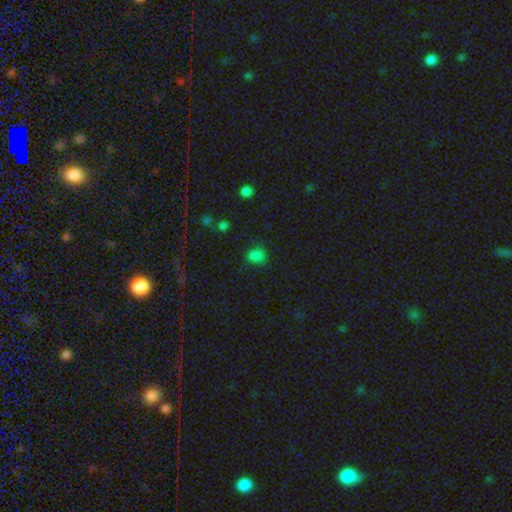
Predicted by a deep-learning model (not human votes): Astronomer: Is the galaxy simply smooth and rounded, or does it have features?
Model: smooth — 72%.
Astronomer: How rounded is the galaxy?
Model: in between — 56% (runner-up: round, 43%).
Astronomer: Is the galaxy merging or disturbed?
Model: none — 60%.